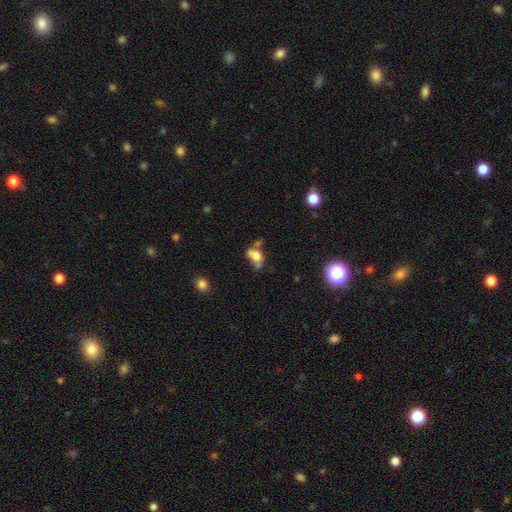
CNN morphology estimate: smooth_or_featured: smooth (p=0.66) [alt: featured or disk p=0.21]
how_rounded: in between (p=0.74) [alt: round p=0.23]
merging: merger (p=0.29) [alt: none p=0.26]